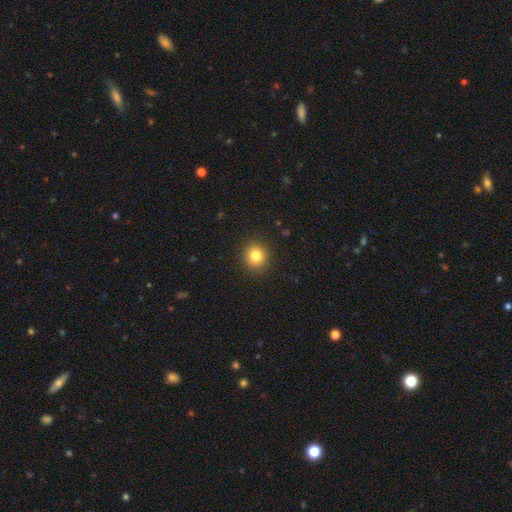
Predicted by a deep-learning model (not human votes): A smooth galaxy with no disk features (83%) that is round (86%). Merging: none (90%).